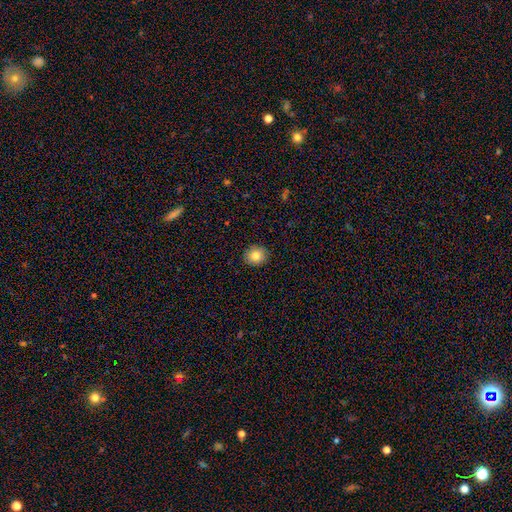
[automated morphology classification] Smooth or featured? smooth (82%)
How rounded? round (81%)
Merging? none (89%)